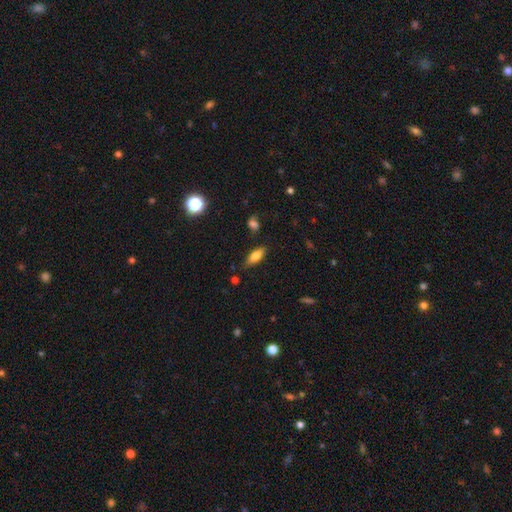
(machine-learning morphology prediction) Overall: smooth (74%). How rounded: in between (72%). Merging: none (79%).